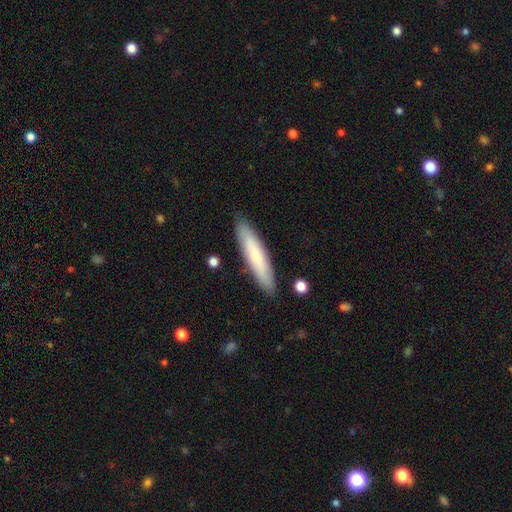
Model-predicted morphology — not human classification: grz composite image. It shows a smooth galaxy with no disk features (68%) that is cigar-shaped (84%). Merging: none (88%).